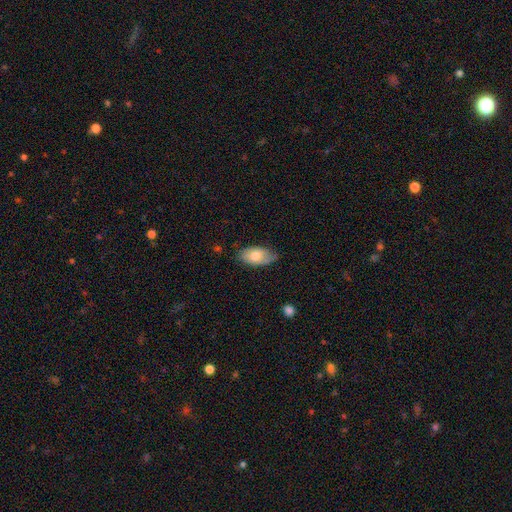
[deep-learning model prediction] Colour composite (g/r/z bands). It shows a smooth galaxy with no disk features (73%) that is in between round and cigar-shaped (94%). Merging: none (68%).